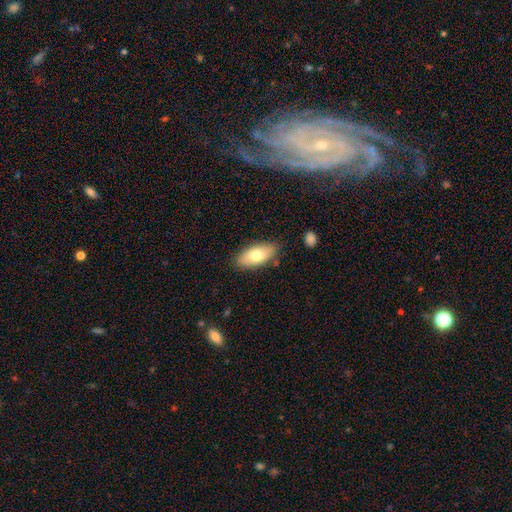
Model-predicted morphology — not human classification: A smooth galaxy with no disk features (74%) that is in between round and cigar-shaped (87%).

Vote fractions:
- Smooth or featured? smooth: 74% / featured or disk: 20% / star or artifact: 6%
- How rounded? in between: 87% / cigar-shaped: 10% / round: 3%
- Merging? none: 83% / minor disturbance: 13% / major disturbance: 3% / merger: 2%